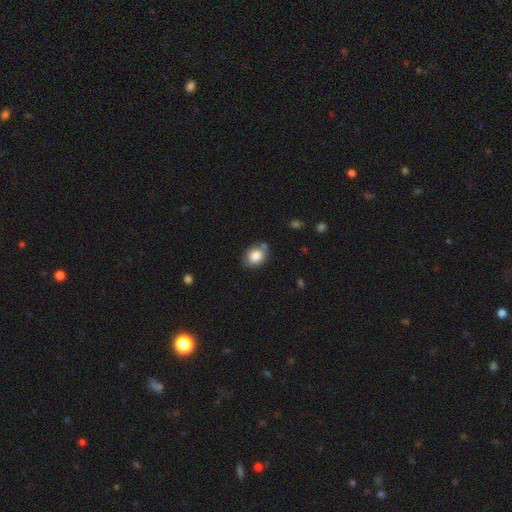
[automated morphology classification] This appears to be a smooth galaxy with no disk features (82%) that is in between round and cigar-shaped (63%). Merging: none (75%).